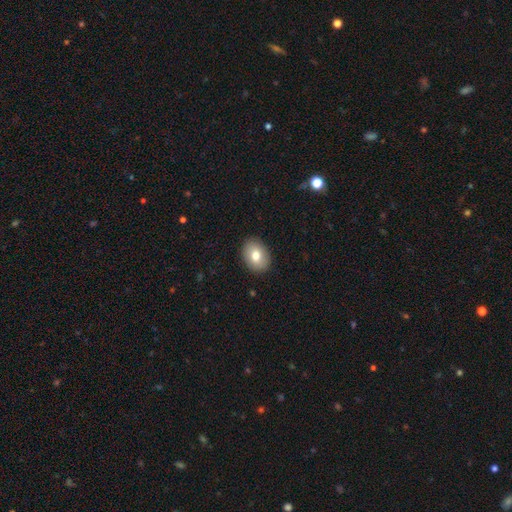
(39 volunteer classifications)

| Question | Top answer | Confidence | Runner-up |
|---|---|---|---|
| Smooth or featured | smooth | 77% | featured or disk (13%) |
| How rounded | in between | 67% | round (30%) |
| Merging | none | 77% | minor disturbance (23%) |